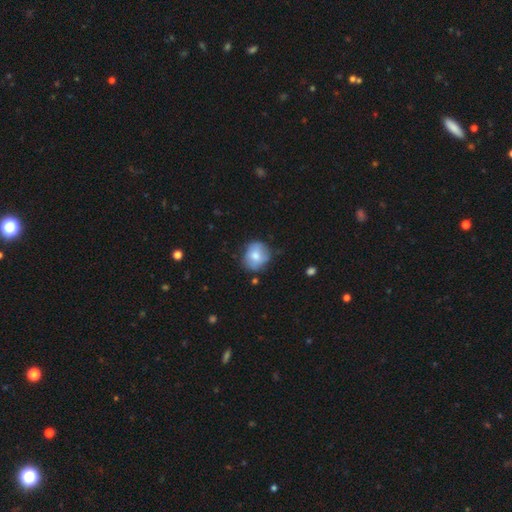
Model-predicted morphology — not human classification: type=smooth (68%); roundness=round (76%); merging=none (69%).